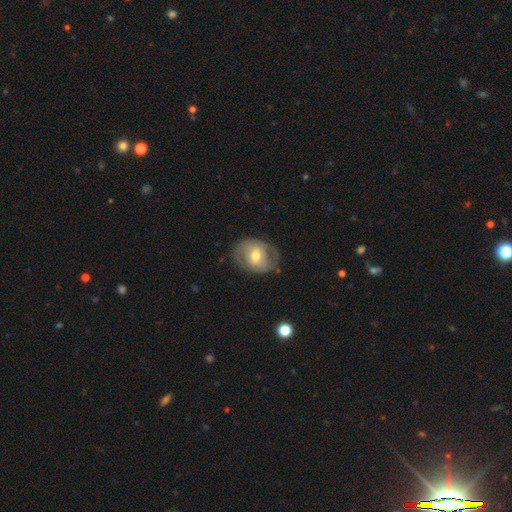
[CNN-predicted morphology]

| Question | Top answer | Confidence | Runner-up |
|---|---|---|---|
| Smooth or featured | featured or disk | 60% | smooth (34%) |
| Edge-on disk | no | 95% | yes (5%) |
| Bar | weak | 43% | no (38%) |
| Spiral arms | yes | 59% | no (41%) |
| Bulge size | moderate | 73% | small (18%) |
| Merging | none | 70% | minor disturbance (20%) |